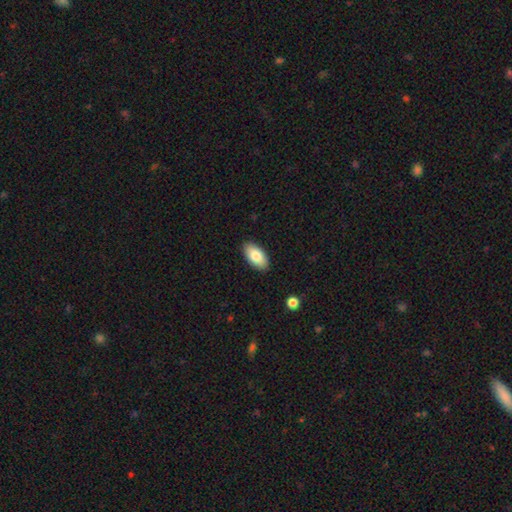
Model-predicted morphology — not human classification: type=smooth (84%); roundness=in between (94%); merging=none (88%).